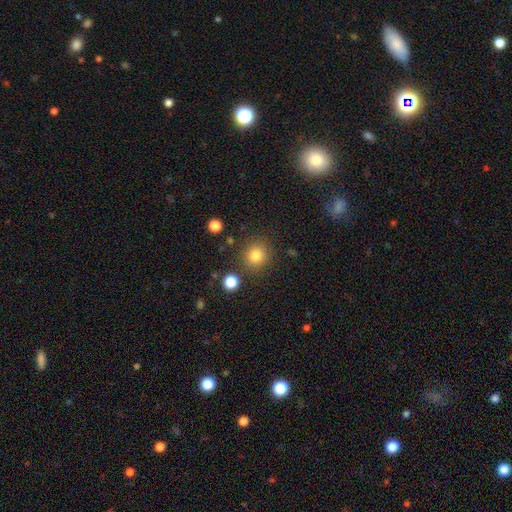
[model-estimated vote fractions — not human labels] A smooth galaxy with no disk features (83%) that is round (87%).

Vote fractions:
- Smooth or featured? smooth: 83% / star or artifact: 12% / featured or disk: 6%
- How rounded? round: 87% / in between: 12% / cigar-shaped: 1%
- Merging? none: 85% / minor disturbance: 8% / merger: 4% / major disturbance: 3%